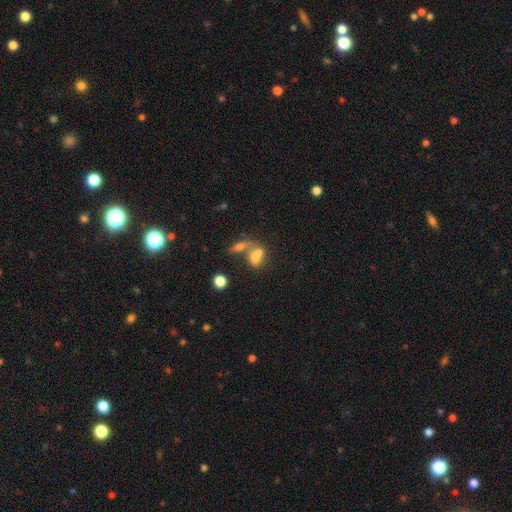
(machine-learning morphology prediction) smooth 67%, featured or disk 20%, star or artifact 13%. Down the decision tree: how rounded — in between (72%); merging — merger (60%).